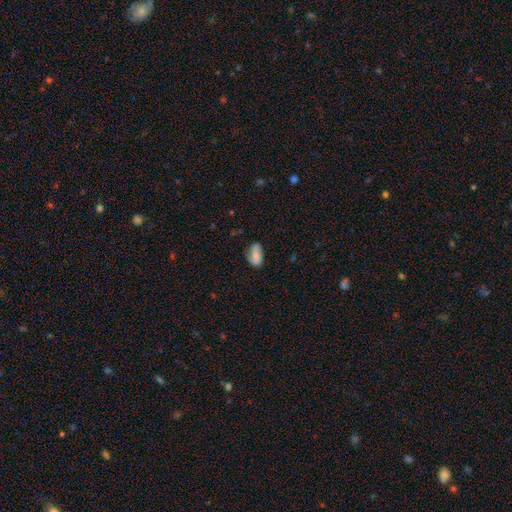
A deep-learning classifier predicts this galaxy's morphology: smooth 73%, featured or disk 19%, star or artifact 8%. Down the decision tree: how rounded — in between (91%); merging — none (55%).